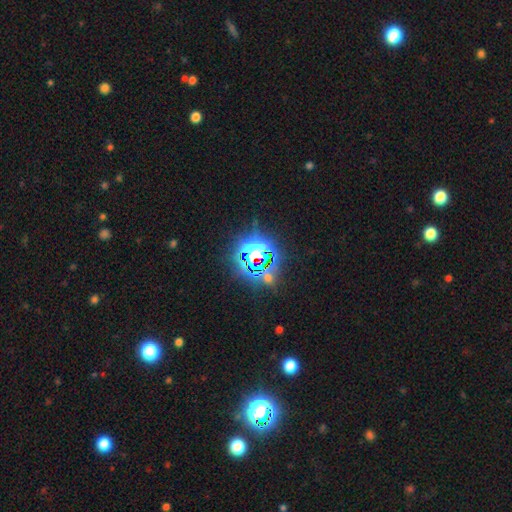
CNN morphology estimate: Q: Smooth or featured?
A: star or artifact (78%); runner-up: smooth (13%)